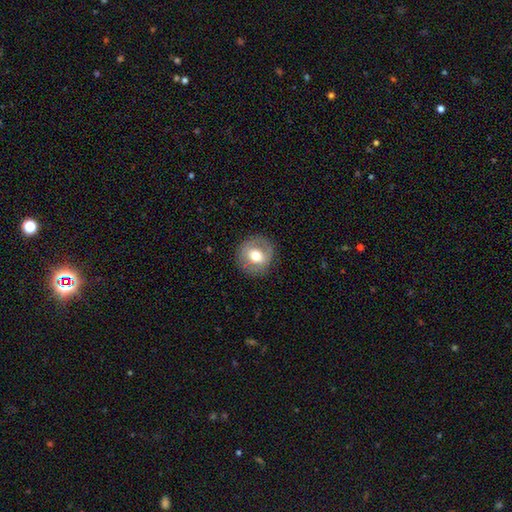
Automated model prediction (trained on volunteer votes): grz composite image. It shows a smooth galaxy with no disk features (57%) that is round (89%). Merging: none (84%).